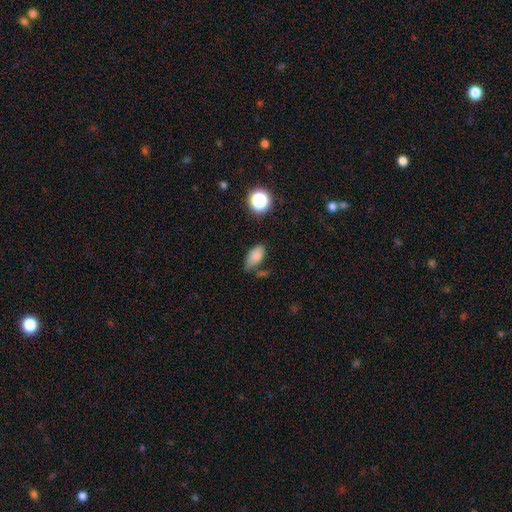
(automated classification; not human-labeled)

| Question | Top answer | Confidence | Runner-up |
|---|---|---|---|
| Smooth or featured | smooth | 80% | star or artifact (12%) |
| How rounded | in between | 90% | round (7%) |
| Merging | none | 53% | minor disturbance (30%) |